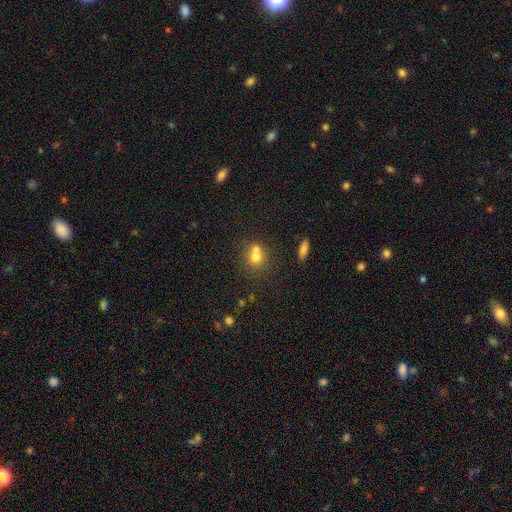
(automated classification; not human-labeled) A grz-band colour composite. It shows a smooth galaxy with no disk features (69%) that is round (71%). Merging: merger (56%).